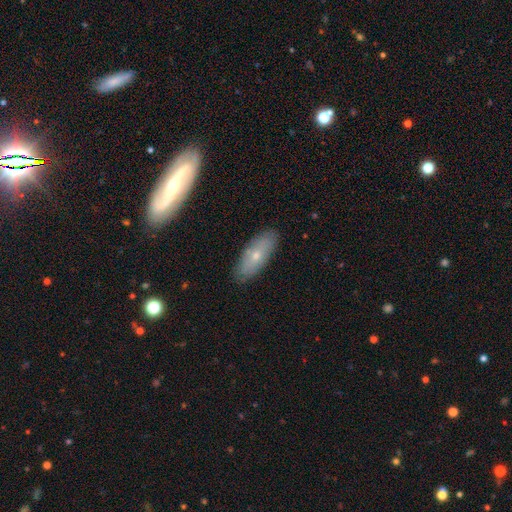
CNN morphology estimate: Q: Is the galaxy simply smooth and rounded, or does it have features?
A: smooth — 58%.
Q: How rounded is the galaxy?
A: in between — 78%.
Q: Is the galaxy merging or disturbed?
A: none — 85%.